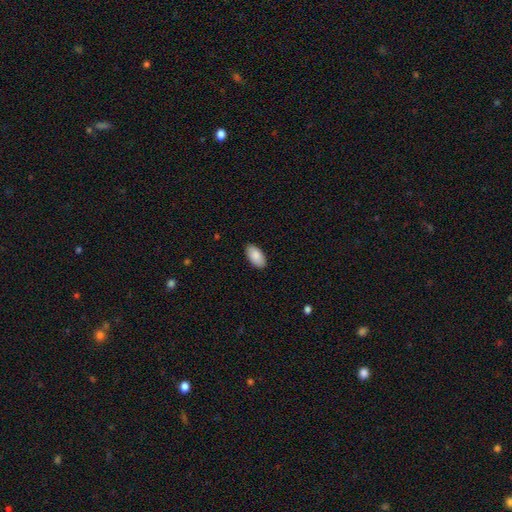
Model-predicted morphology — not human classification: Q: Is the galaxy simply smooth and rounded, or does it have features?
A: smooth — 88%.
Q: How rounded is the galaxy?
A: in between — 96%.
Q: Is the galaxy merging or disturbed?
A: none — 89%.